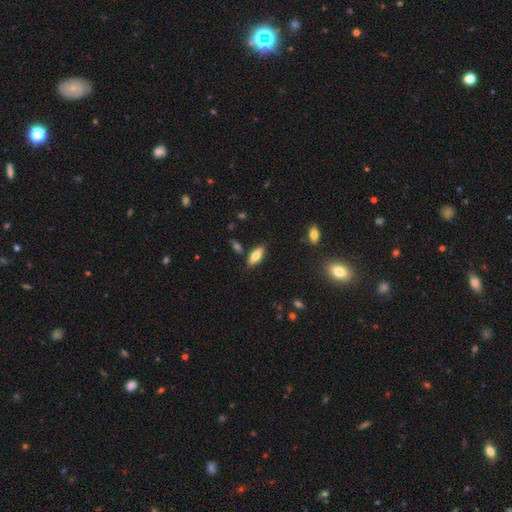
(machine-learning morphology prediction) This is likely a smooth galaxy (72%). How rounded: likely in between (75%). Merging: clearly none (83%).